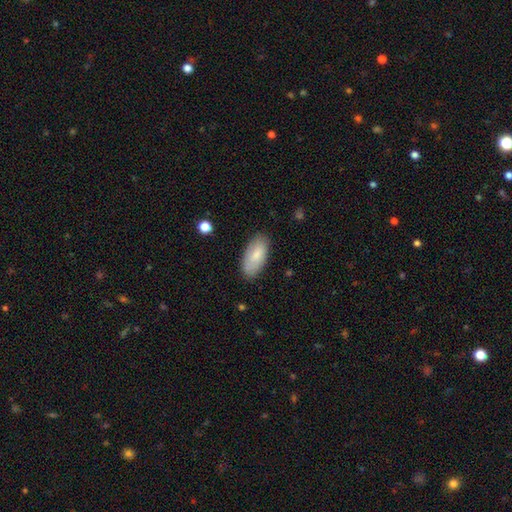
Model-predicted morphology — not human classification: Smooth or featured? Predicted: smooth (p=0.82). How rounded? Predicted: in between (p=0.90). Merging? Predicted: none (p=0.83).